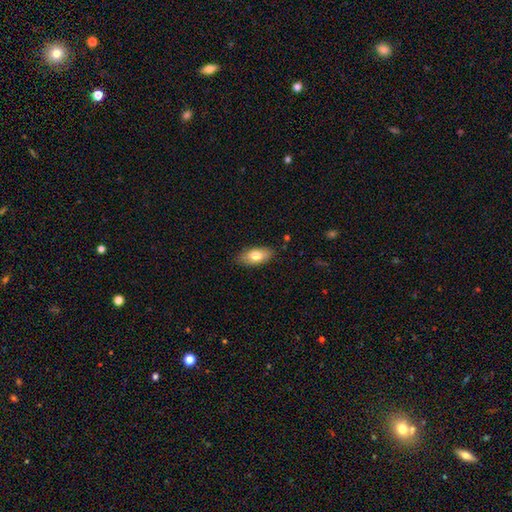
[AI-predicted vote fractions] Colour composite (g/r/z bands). It shows a smooth galaxy with no disk features (77%) that is in between round and cigar-shaped (88%). Merging: none (86%).